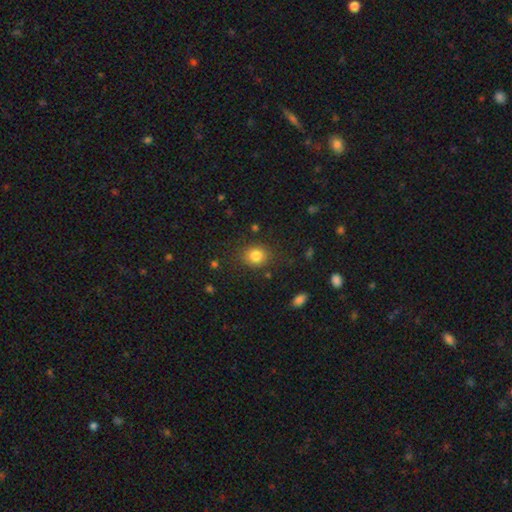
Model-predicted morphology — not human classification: Smooth or featured?
  - smooth: 83% *
  - star or artifact: 11%
  - featured or disk: 6%
How rounded?
  - round: 72% *
  - in between: 27%
  - cigar-shaped: 1%
Merging?
  - none: 83% *
  - minor disturbance: 11%
  - major disturbance: 4%
  - merger: 2%